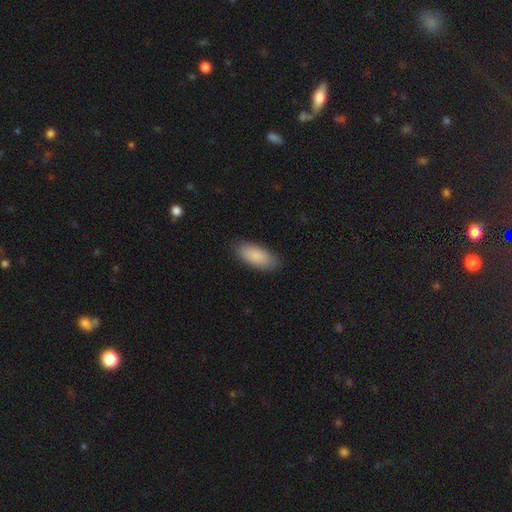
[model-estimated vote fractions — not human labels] Smooth or featured?
  - smooth: 88% *
  - featured or disk: 6%
  - star or artifact: 6%
How rounded?
  - in between: 87% *
  - cigar-shaped: 11%
  - round: 2%
Merging?
  - none: 87% *
  - minor disturbance: 10%
  - major disturbance: 2%
  - merger: 1%